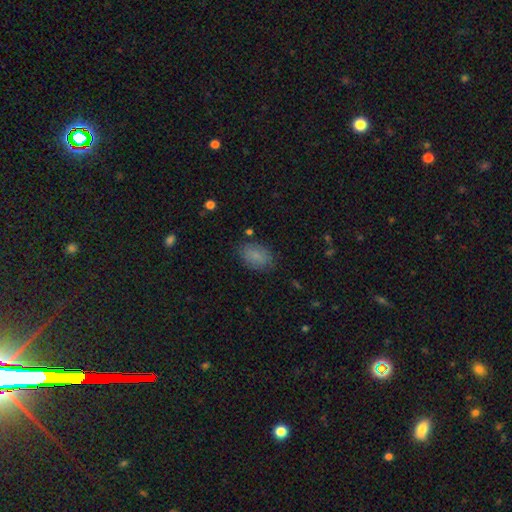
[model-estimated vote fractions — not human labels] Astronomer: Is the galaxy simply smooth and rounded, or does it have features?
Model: smooth — 84%.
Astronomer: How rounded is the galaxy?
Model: in between — 85%.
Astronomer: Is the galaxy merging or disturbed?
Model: none — 80%.